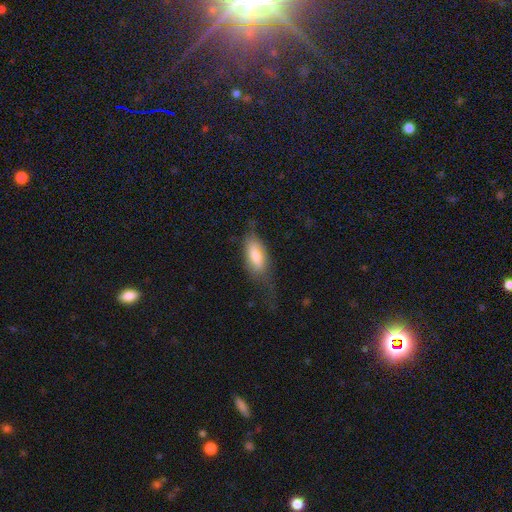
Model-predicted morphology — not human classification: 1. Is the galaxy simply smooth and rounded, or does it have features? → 77% smooth, 17% featured or disk, 6% star or artifact.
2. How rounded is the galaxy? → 83% in between, 14% cigar-shaped, 2% round.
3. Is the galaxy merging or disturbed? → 44% none, 30% minor disturbance, 24% major disturbance, 2% merger.